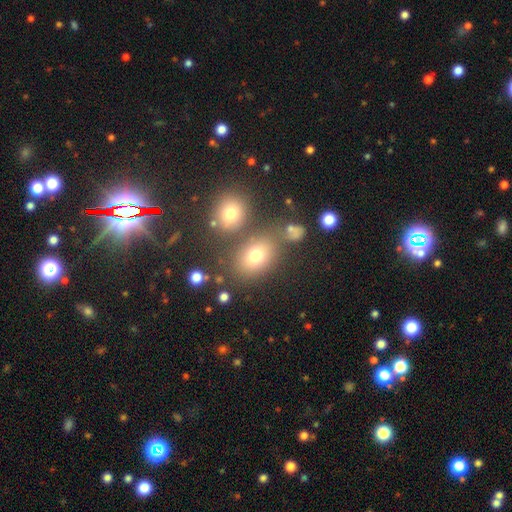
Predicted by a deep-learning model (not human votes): A smooth galaxy with no disk features (73%) that is in between round and cigar-shaped (58%). Merging: none (67%).